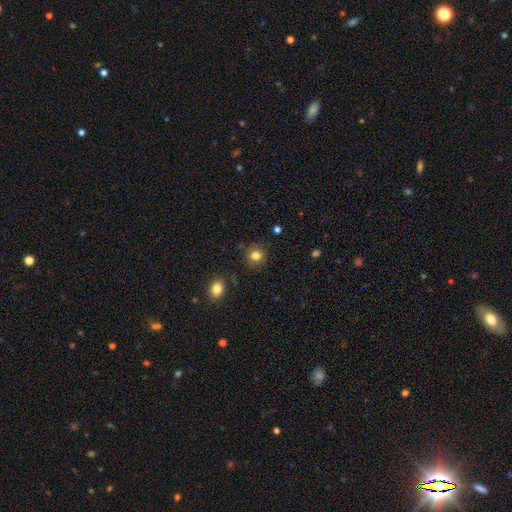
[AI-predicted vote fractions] smooth_or_featured: smooth (p=0.82) [alt: star or artifact p=0.11]
how_rounded: round (p=0.81) [alt: in between p=0.18]
merging: none (p=0.83) [alt: minor disturbance p=0.12]